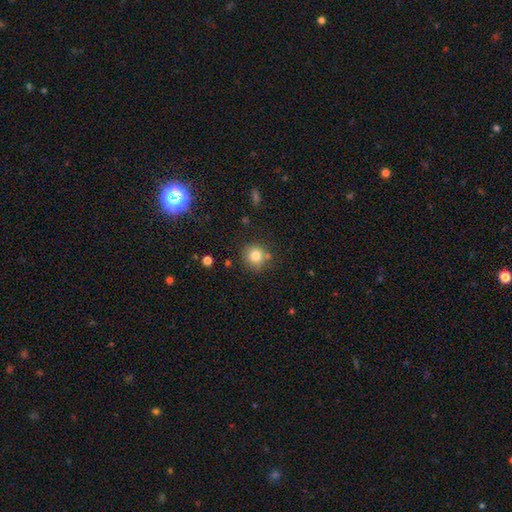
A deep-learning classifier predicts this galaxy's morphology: A smooth galaxy with no disk features (81%) that is round (89%).

Vote fractions:
- Smooth or featured? smooth: 81% / star or artifact: 11% / featured or disk: 8%
- How rounded? round: 89% / in between: 10% / cigar-shaped: 1%
- Merging? none: 77% / minor disturbance: 12% / merger: 8% / major disturbance: 3%